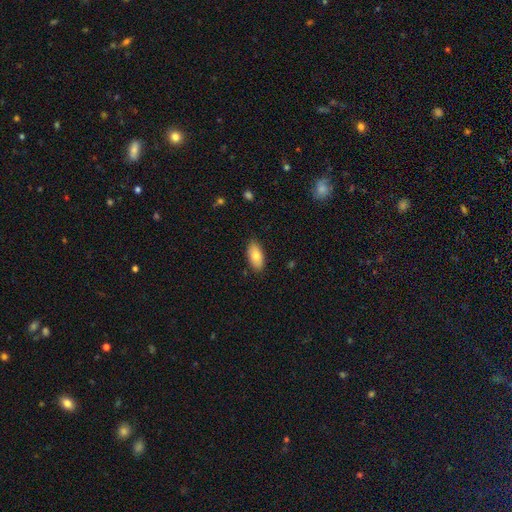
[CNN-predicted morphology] Smooth or featured?
  - smooth: 78% *
  - featured or disk: 16%
  - star or artifact: 7%
How rounded?
  - in between: 91% *
  - cigar-shaped: 6%
  - round: 3%
Merging?
  - none: 87% *
  - minor disturbance: 10%
  - major disturbance: 2%
  - merger: 1%